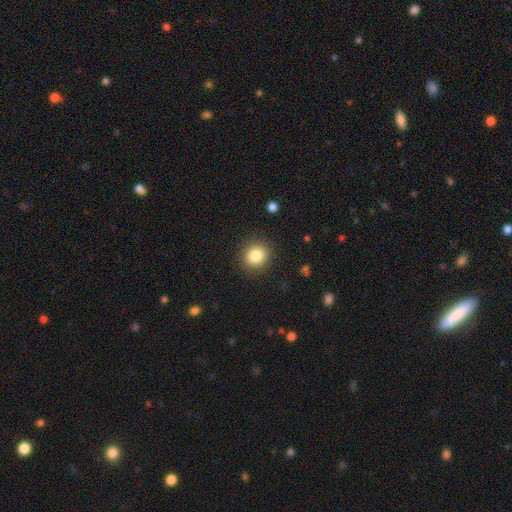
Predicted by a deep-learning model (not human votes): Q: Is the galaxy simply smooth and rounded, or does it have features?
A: smooth — 84%.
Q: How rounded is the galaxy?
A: round — 84%.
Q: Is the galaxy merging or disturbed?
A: none — 89%.